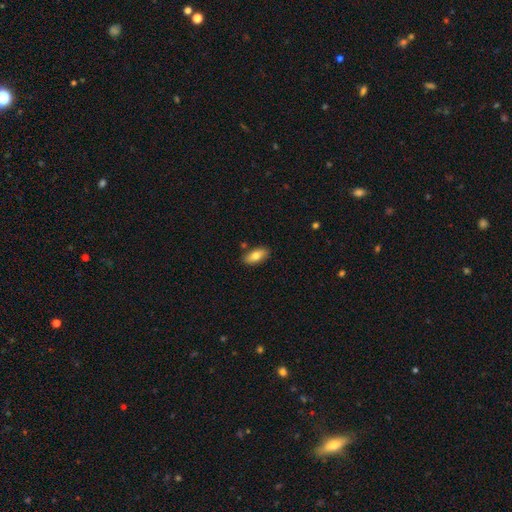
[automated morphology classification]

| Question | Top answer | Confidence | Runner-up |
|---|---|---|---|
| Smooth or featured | smooth | 75% | featured or disk (18%) |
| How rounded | in between | 86% | cigar-shaped (11%) |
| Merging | none | 85% | minor disturbance (10%) |